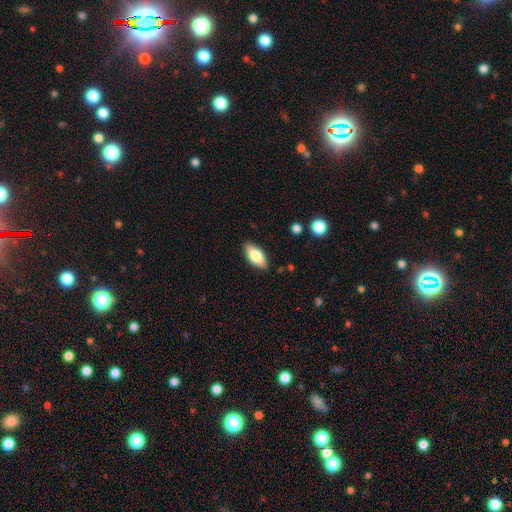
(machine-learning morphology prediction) Smooth or featured? smooth (75%)
How rounded? in between (89%)
Merging? none (86%)